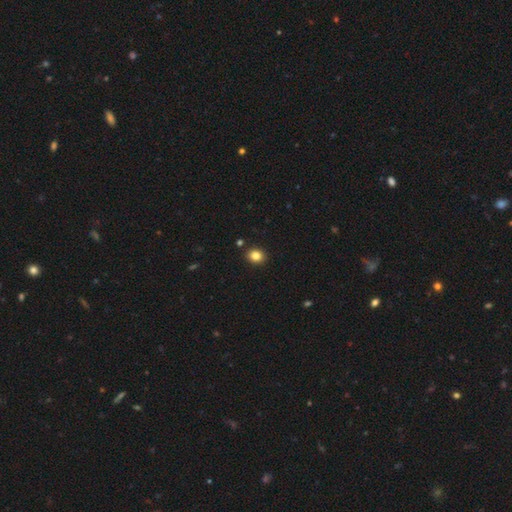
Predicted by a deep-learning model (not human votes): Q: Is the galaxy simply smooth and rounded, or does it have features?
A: smooth — 84%.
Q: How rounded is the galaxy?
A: round — 64%.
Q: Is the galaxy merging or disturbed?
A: none — 90%.